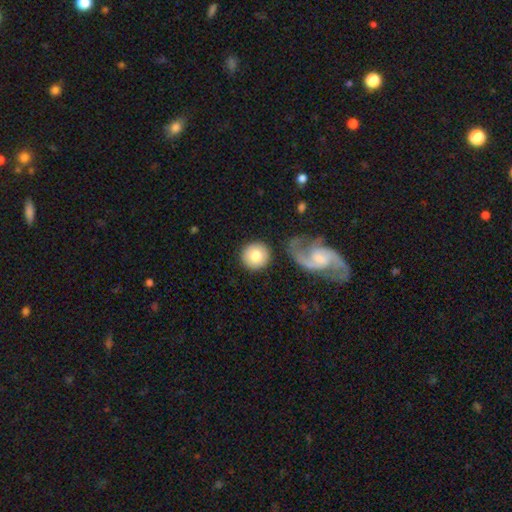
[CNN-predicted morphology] Smooth or featured? smooth (75%)
How rounded? round (93%)
Merging? none (81%)